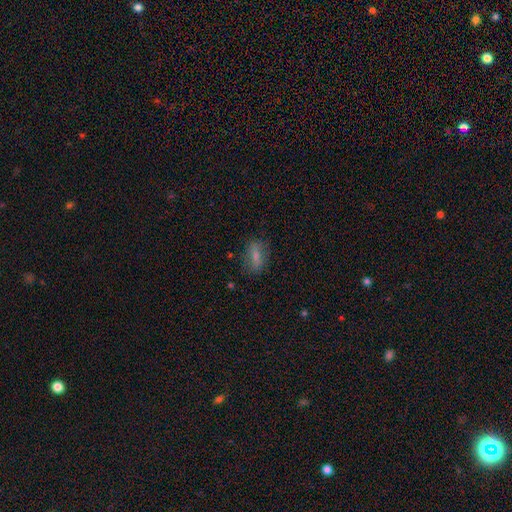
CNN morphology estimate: Smooth or featured?
  - smooth: 53% *
  - featured or disk: 32%
  - star or artifact: 15%
How rounded?
  - in between: 65% *
  - cigar-shaped: 25%
  - round: 10%
Merging?
  - none: 80% *
  - minor disturbance: 13%
  - major disturbance: 5%
  - merger: 2%